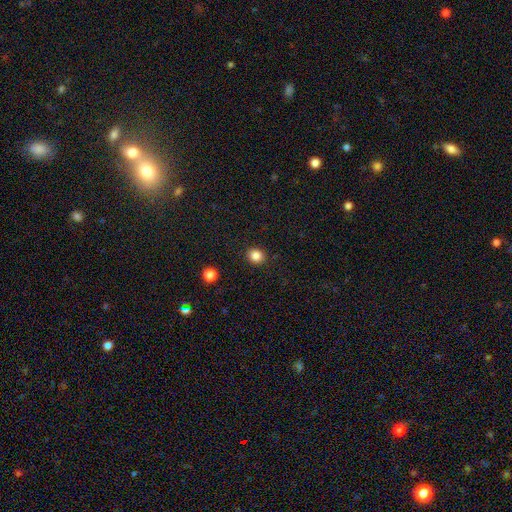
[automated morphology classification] Overall: smooth (85%). How rounded: round (76%). Merging: none (91%).